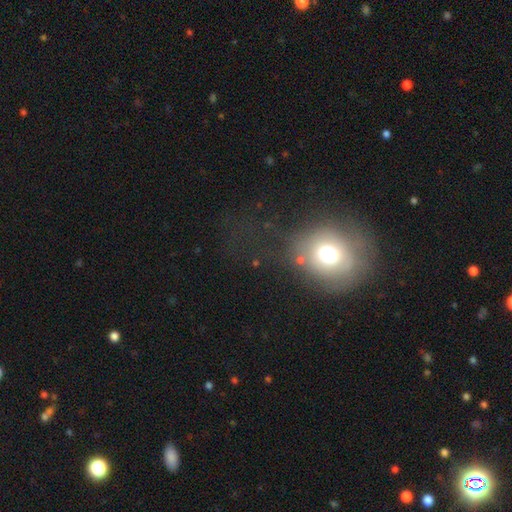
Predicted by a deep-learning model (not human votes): Smooth or featured? Predicted: smooth (p=0.53). How rounded? Predicted: round (p=0.79). Merging? Predicted: none (p=0.50).